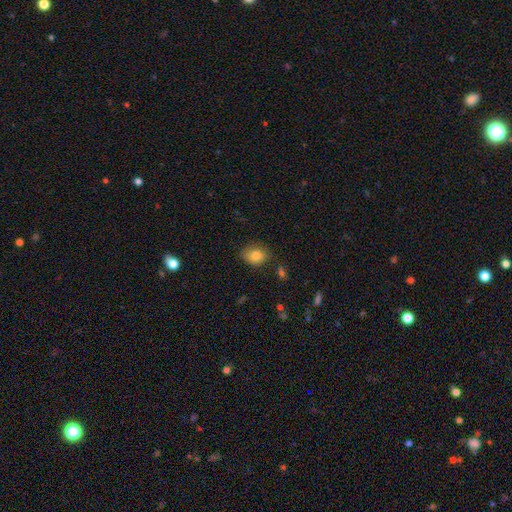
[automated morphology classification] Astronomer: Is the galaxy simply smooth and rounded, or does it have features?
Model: smooth — 82%.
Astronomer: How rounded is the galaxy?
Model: in between — 59% (runner-up: round, 40%).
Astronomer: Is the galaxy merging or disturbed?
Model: none — 75%.